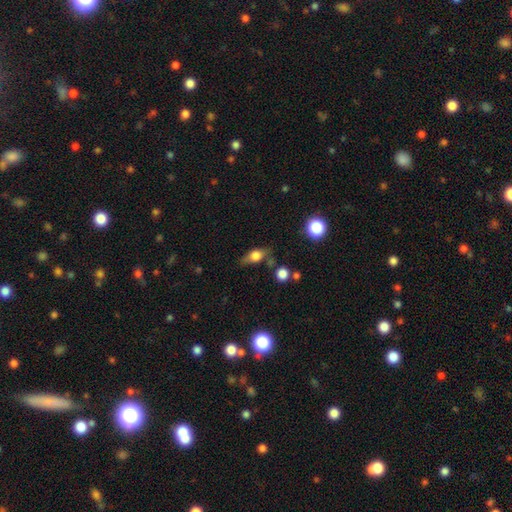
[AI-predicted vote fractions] Q: Smooth or featured?
A: smooth (64%); runner-up: featured or disk (27%)
Q: How rounded?
A: in between (69%); runner-up: round (17%)
Q: Merging?
A: none (63%); runner-up: minor disturbance (23%)